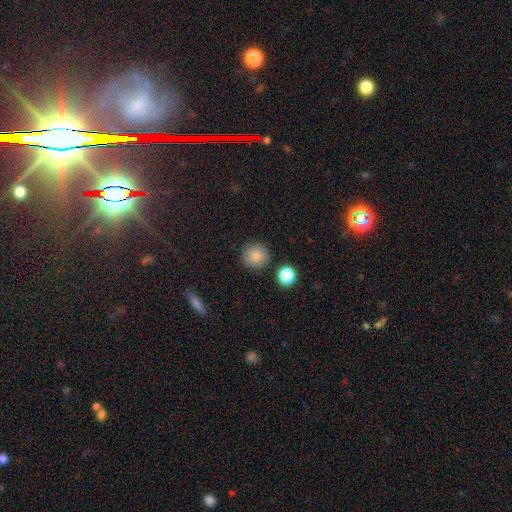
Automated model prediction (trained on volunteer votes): This is clearly a smooth galaxy (86%). How rounded: clearly round (94%). Merging: clearly none (87%).